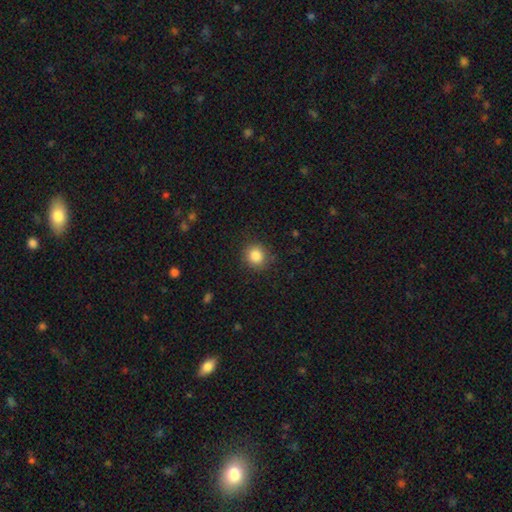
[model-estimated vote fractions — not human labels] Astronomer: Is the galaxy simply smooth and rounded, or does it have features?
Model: smooth — 85%.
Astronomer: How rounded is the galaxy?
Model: round — 89%.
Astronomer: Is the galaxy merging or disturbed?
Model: none — 87%.